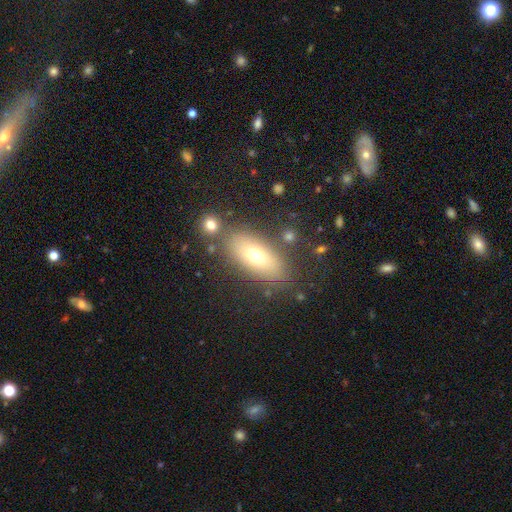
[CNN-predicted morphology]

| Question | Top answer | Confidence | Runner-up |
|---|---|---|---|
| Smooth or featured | smooth | 66% | featured or disk (24%) |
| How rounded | in between | 80% | cigar-shaped (14%) |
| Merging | none | 79% | minor disturbance (11%) |